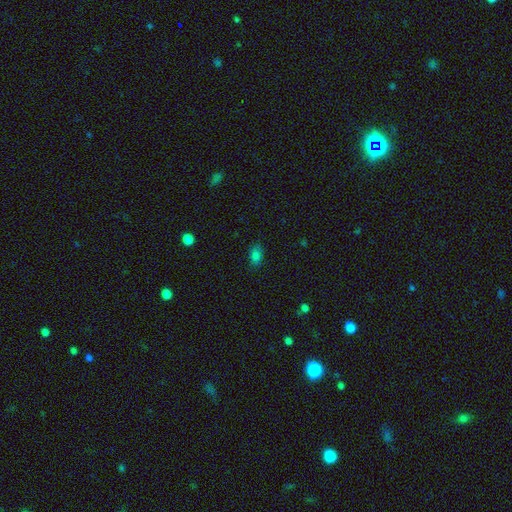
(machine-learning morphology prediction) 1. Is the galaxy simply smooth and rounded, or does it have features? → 80% smooth, 14% star or artifact, 6% featured or disk.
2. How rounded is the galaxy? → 85% in between, 13% round, 2% cigar-shaped.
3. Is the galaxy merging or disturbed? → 81% none, 14% minor disturbance, 3% major disturbance, 1% merger.